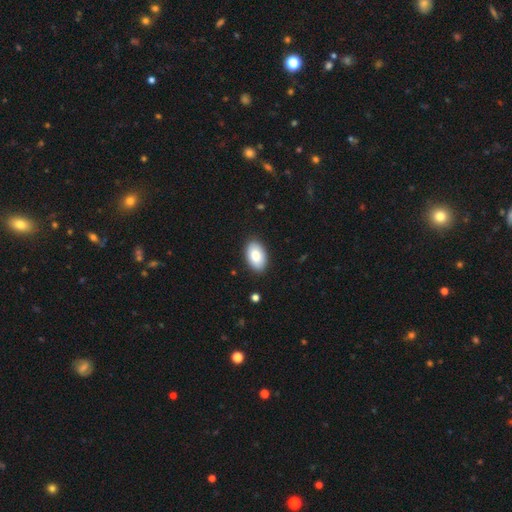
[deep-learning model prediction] The model was most divided on "smooth or featured": smooth: 83%, featured or disk: 11%, star or artifact: 6%. More confident: how rounded — in between (93%); merging — none (88%).